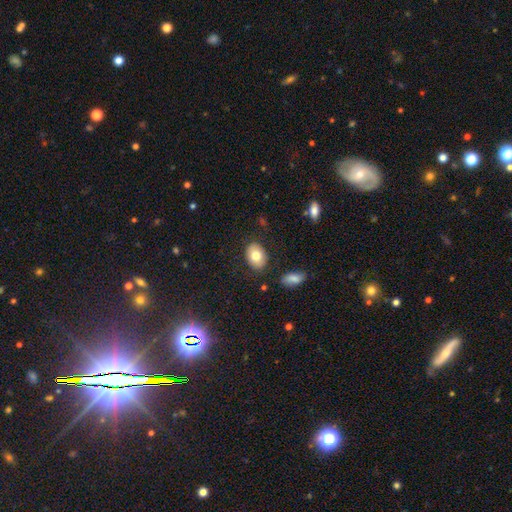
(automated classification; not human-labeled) smooth-or-featured: smooth: 78% | featured or disk: 14% | star or artifact: 8%
  how-rounded: in between: 83% | round: 16% | cigar-shaped: 1%
  merging: none: 84% | minor disturbance: 11% | major disturbance: 3% | merger: 3%